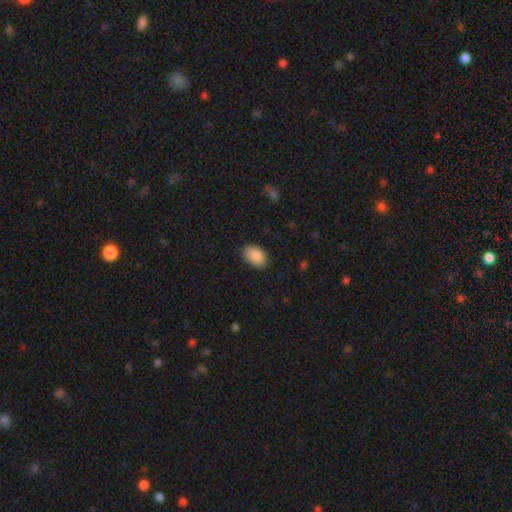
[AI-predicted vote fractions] smooth-or-featured: smooth: 90% | star or artifact: 7% | featured or disk: 4%
  how-rounded: in between: 90% | round: 9% | cigar-shaped: 1%
  merging: none: 86% | minor disturbance: 11% | major disturbance: 2% | merger: 1%